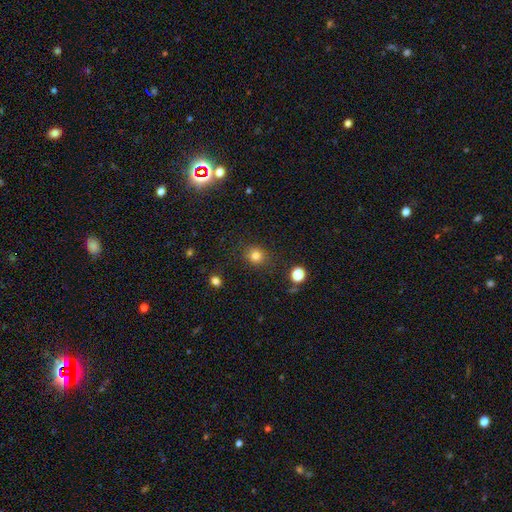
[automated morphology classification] Smooth or featured?
  - smooth: 81% *
  - star or artifact: 14%
  - featured or disk: 6%
How rounded?
  - round: 81% *
  - in between: 18%
  - cigar-shaped: 1%
Merging?
  - none: 84% *
  - minor disturbance: 10%
  - major disturbance: 3%
  - merger: 2%